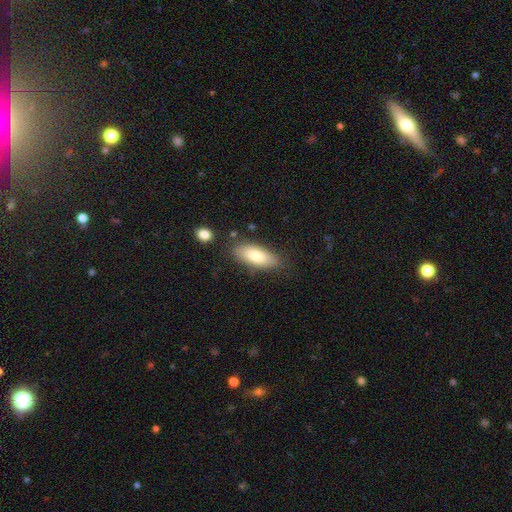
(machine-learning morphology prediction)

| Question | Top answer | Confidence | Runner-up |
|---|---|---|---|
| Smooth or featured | smooth | 79% | featured or disk (15%) |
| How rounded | in between | 77% | cigar-shaped (21%) |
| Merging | none | 79% | minor disturbance (14%) |